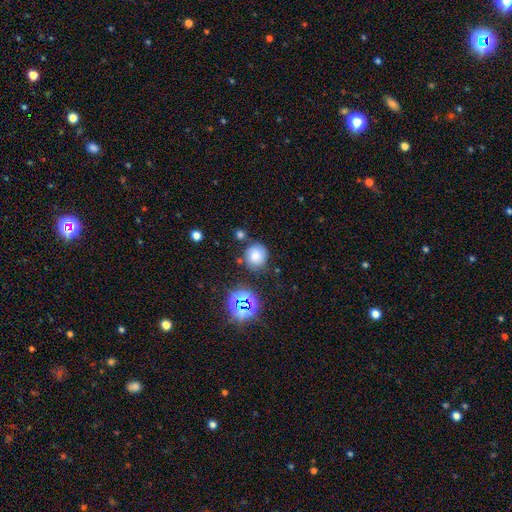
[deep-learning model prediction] The model was most divided on "smooth or featured": smooth: 69%, star or artifact: 18%, featured or disk: 13%. More confident: how rounded — round (85%); merging — none (74%).